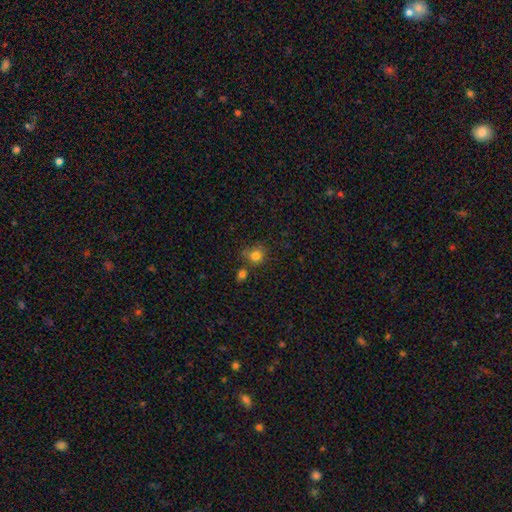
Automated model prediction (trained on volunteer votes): The model was most divided on "merging": none: 63%, minor disturbance: 17%, merger: 14%, major disturbance: 5%. More confident: how rounded — round (83%); smooth or featured — smooth (81%).